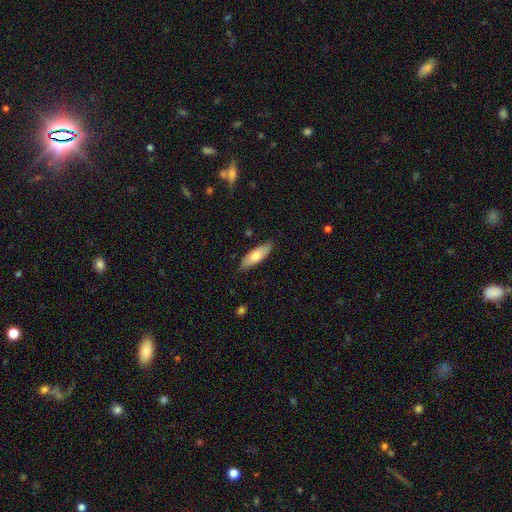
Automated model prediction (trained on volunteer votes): Overall: smooth (69%). How rounded: in between (58%; cigar-shaped 40%). Merging: none (85%).